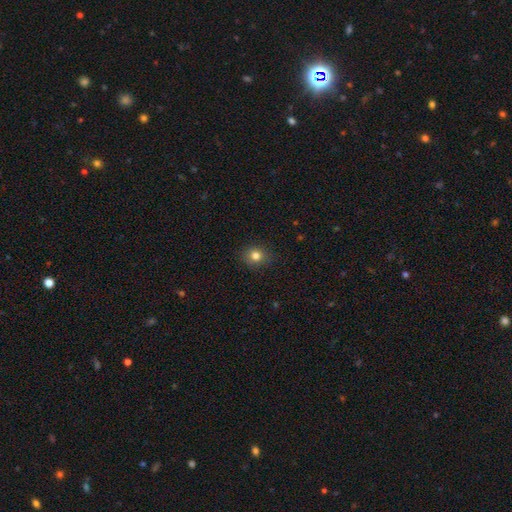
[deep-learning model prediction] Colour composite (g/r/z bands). It shows a smooth galaxy with no disk features (81%) that is round (74%). Merging: none (87%).